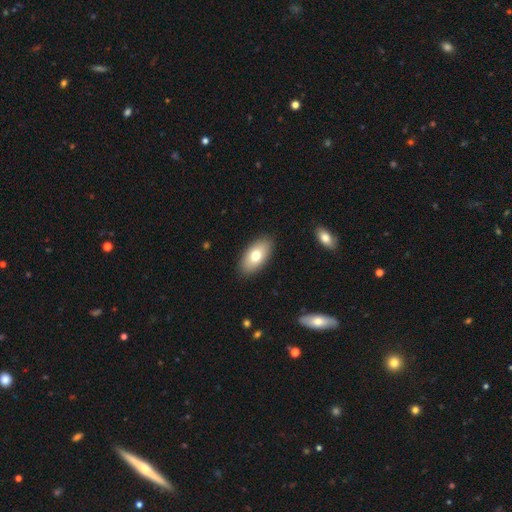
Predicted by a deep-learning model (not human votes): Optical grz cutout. It shows a smooth galaxy with no disk features (74%) that is in between round and cigar-shaped (93%). Merging: none (88%).